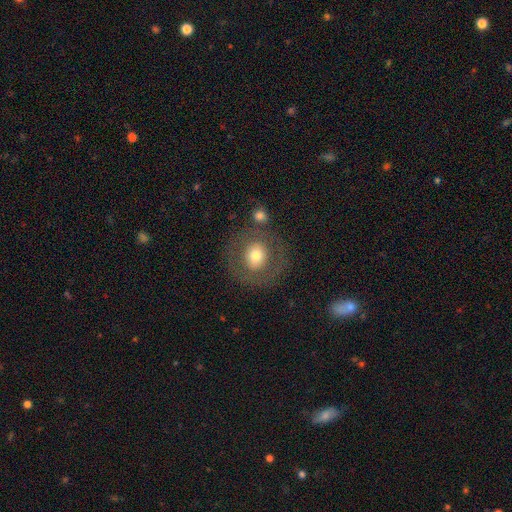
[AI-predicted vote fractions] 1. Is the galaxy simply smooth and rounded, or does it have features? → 60% smooth, 31% featured or disk, 9% star or artifact.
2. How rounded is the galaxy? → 89% round, 10% in between, 1% cigar-shaped.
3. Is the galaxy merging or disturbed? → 77% none, 10% minor disturbance, 7% major disturbance, 6% merger.